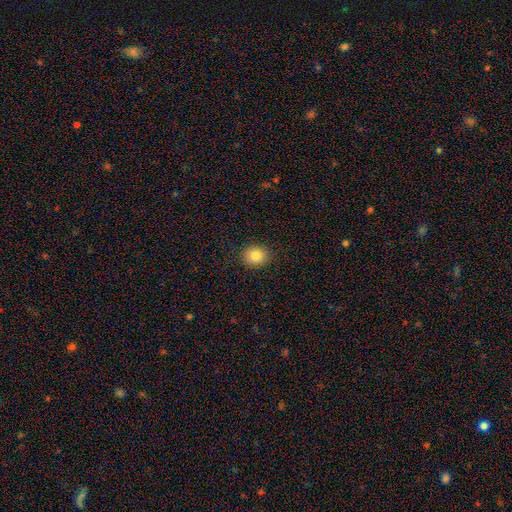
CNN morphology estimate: The model was most divided on "how rounded": round: 81%, in between: 18%, cigar-shaped: 1%. More confident: merging — none (90%); smooth or featured — smooth (83%).